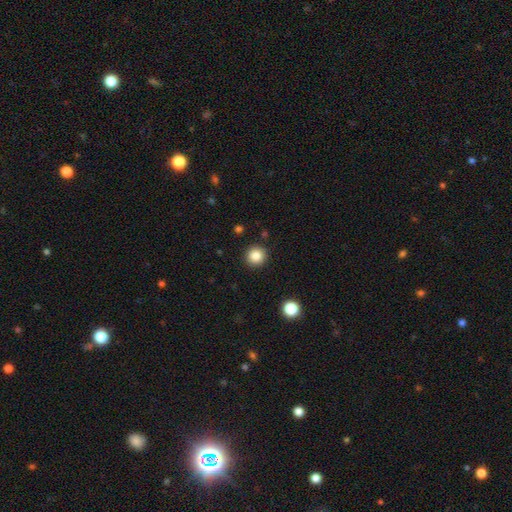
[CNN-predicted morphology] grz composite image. It shows a smooth galaxy with no disk features (85%) that is round (94%). Merging: none (91%).